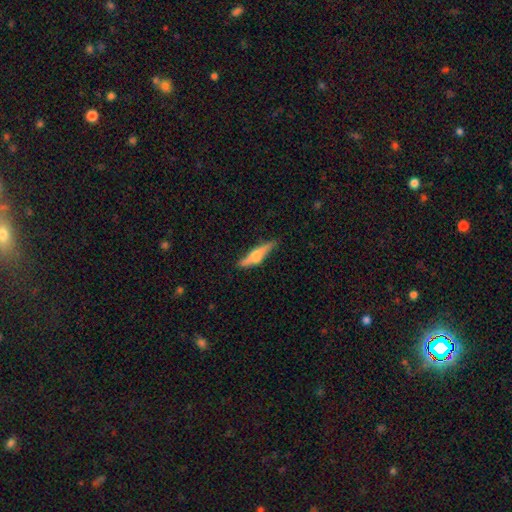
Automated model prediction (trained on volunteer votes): This is possibly a featured or disk galaxy (52%). It is clearly viewed edge-on (92%). Merging: likely none (73%).